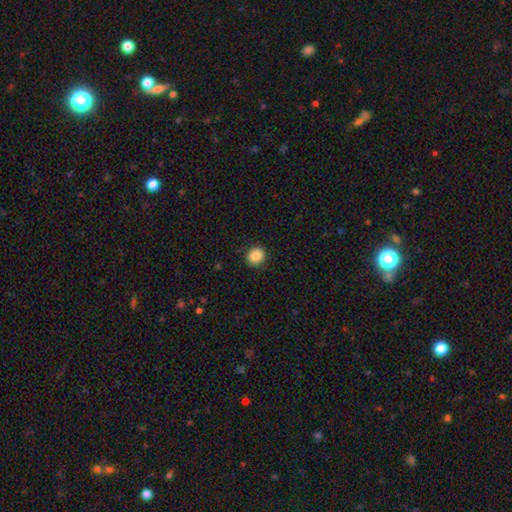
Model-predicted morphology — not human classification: type=smooth (86%); roundness=round (86%); merging=none (90%).